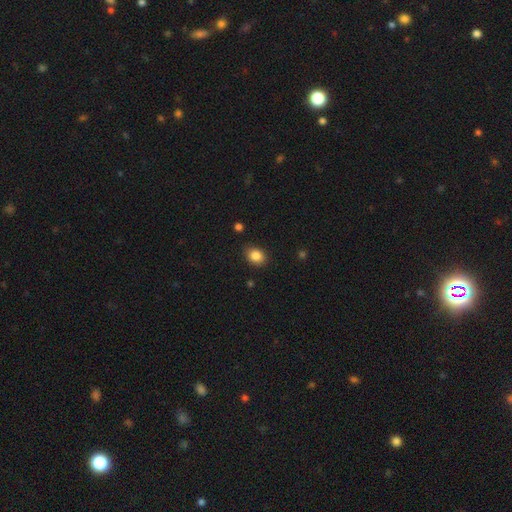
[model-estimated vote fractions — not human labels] A smooth galaxy with no disk features (86%) that is in between round and cigar-shaped (62%).

Vote fractions:
- Smooth or featured? smooth: 86% / star or artifact: 9% / featured or disk: 5%
- How rounded? in between: 62% / round: 37% / cigar-shaped: 1%
- Merging? none: 86% / minor disturbance: 10% / major disturbance: 2% / merger: 1%